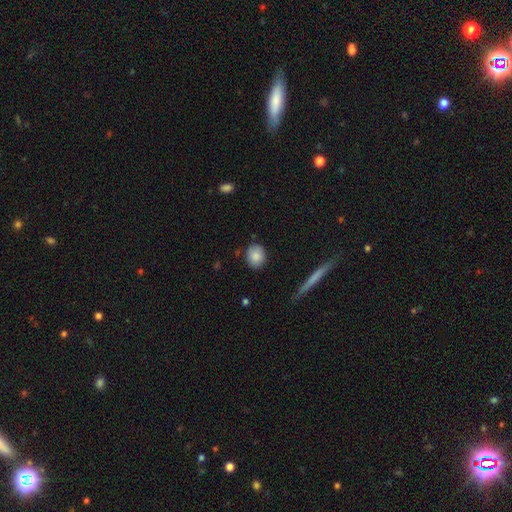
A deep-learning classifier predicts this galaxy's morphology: Smooth or featured: smooth — 86% (star or artifact — 8%)
How rounded: round — 63% (in between — 35%)
Merging: none — 83% (minor disturbance — 12%)